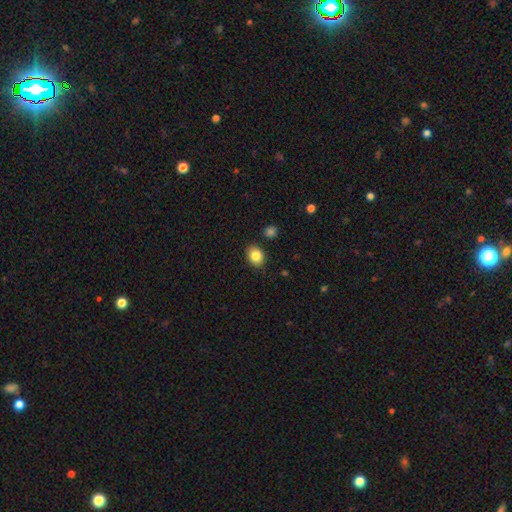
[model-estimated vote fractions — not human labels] smooth_or_featured: smooth (p=0.84) [alt: star or artifact p=0.09]
how_rounded: in between (p=0.51) [alt: round p=0.48]
merging: none (p=0.85) [alt: minor disturbance p=0.10]